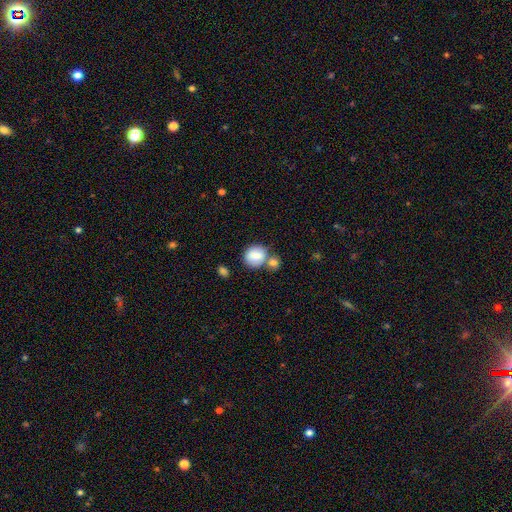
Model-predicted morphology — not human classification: This appears to be a smooth galaxy with no disk features (80%) that is round (78%). Merging: none (51%).